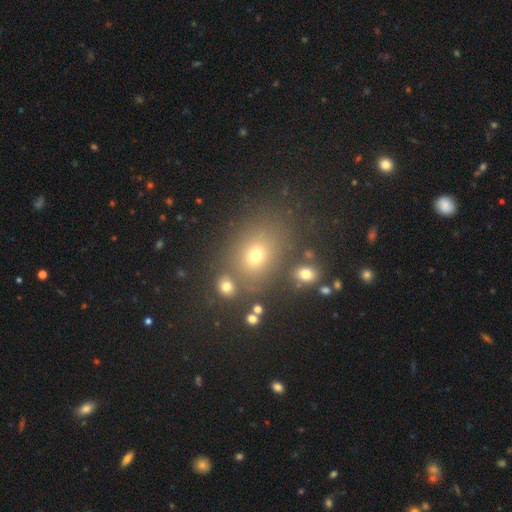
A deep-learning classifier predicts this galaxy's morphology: A smooth galaxy with no disk features (65%) that is in between round and cigar-shaped (54%).

Vote fractions:
- Smooth or featured? smooth: 65% / star or artifact: 23% / featured or disk: 12%
- How rounded? in between: 54% / round: 45% / cigar-shaped: 1%
- Merging? none: 71% / merger: 12% / minor disturbance: 12% / major disturbance: 5%